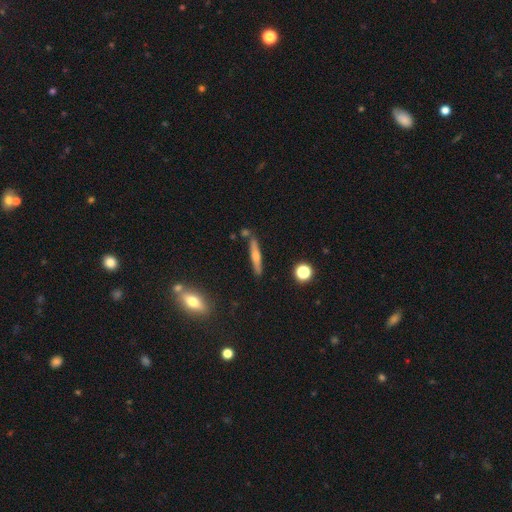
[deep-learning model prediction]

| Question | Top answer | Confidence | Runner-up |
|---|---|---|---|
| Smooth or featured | featured or disk | 54% | smooth (37%) |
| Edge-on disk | yes | 95% | no (5%) |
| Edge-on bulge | rounded | 83% | none (11%) |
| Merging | none | 82% | minor disturbance (10%) |